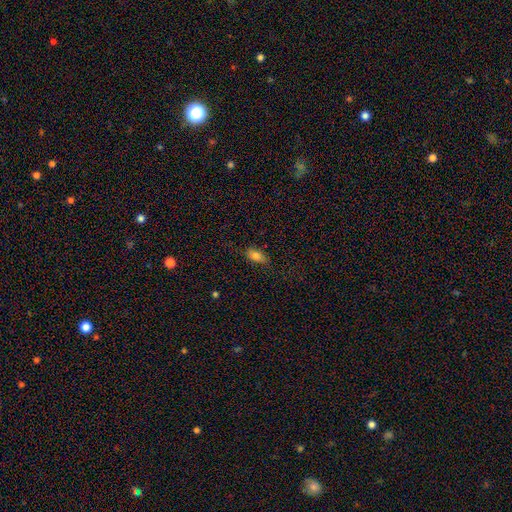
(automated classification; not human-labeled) Morphology: type=smooth (80%); roundness=in between (86%); merging=none (79%).